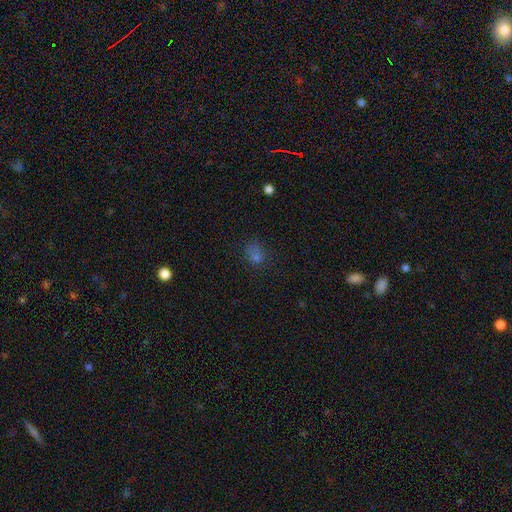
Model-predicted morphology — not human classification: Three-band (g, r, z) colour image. It shows a smooth galaxy with no disk features (65%) that is round (66%). Merging: none (70%).